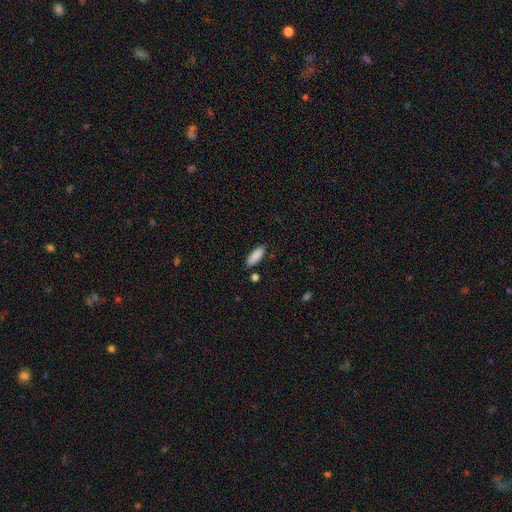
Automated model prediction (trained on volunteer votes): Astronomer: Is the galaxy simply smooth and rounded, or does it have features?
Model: smooth — 89%.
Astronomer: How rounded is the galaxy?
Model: in between — 65%.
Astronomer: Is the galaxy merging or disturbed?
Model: none — 84%.